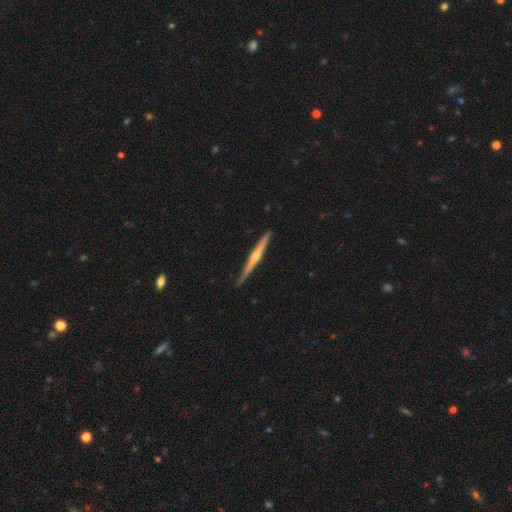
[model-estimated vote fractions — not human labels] Smooth or featured? featured or disk (74%)
Edge-on disk? yes (98%)
Edge-on bulge? rounded (82%)
Merging? none (87%)